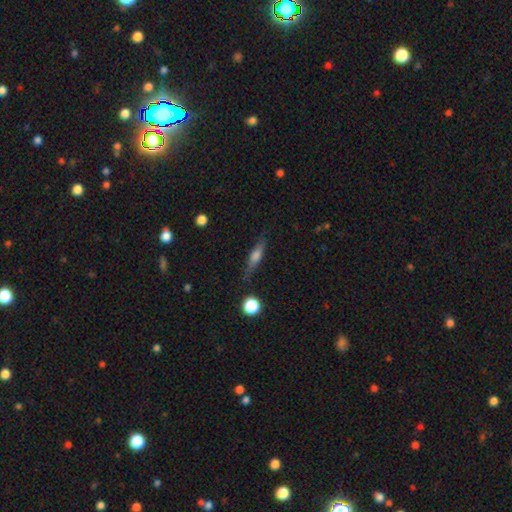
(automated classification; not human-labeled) Smooth or featured?
  - smooth: 46% * (tied)
  - featured or disk: 46% * (tied)
  - star or artifact: 9%
Merging?
  - none: 81% *
  - minor disturbance: 14%
  - major disturbance: 4%
  - merger: 2%